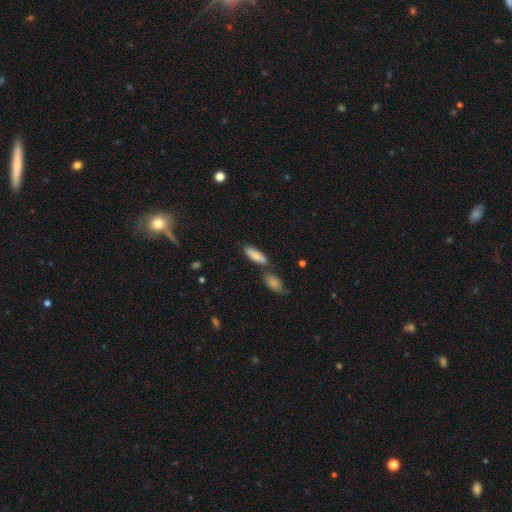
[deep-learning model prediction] Smooth or featured? Predicted: smooth (p=0.82). How rounded? Predicted: in between (p=0.62). Merging? Predicted: none (p=0.63).